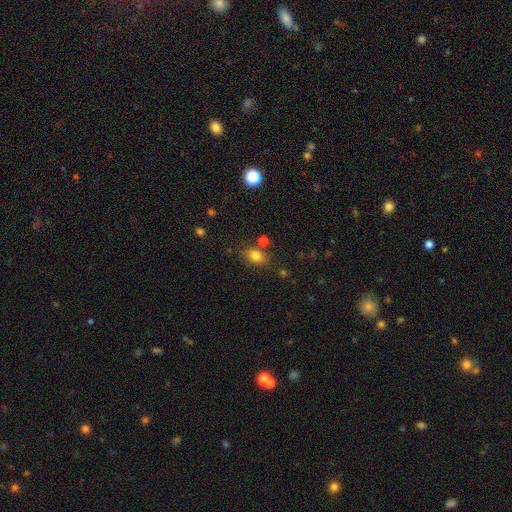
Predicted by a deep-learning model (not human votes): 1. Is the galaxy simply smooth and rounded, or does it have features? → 80% smooth, 12% star or artifact, 8% featured or disk.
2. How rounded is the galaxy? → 72% in between, 26% round, 2% cigar-shaped.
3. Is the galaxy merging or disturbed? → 73% none, 14% minor disturbance, 9% merger, 4% major disturbance.